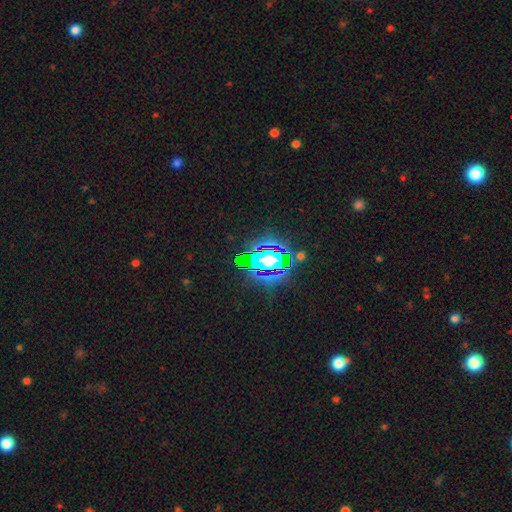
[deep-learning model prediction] The model was most divided on "smooth or featured": star or artifact: 66%, smooth: 19%, featured or disk: 15%.